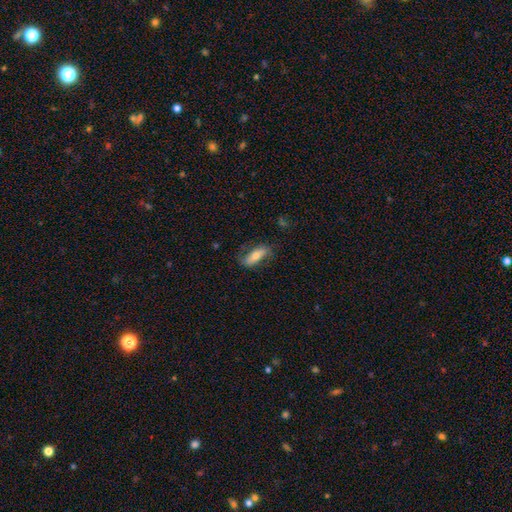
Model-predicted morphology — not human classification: smooth 53%, featured or disk 40%, star or artifact 7%. Down the decision tree: how rounded — in between (69%); merging — none (67%).